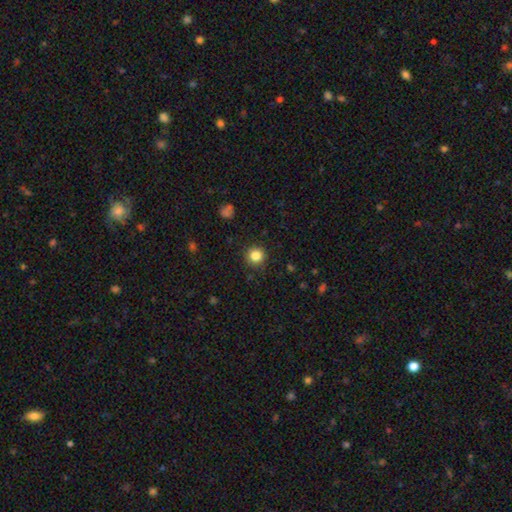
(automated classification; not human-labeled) Smooth or featured?
  - smooth: 84% *
  - star or artifact: 11%
  - featured or disk: 5%
How rounded?
  - round: 95% *
  - in between: 4%
  - cigar-shaped: 1%
Merging?
  - none: 91% *
  - minor disturbance: 6%
  - major disturbance: 2%
  - merger: 1%